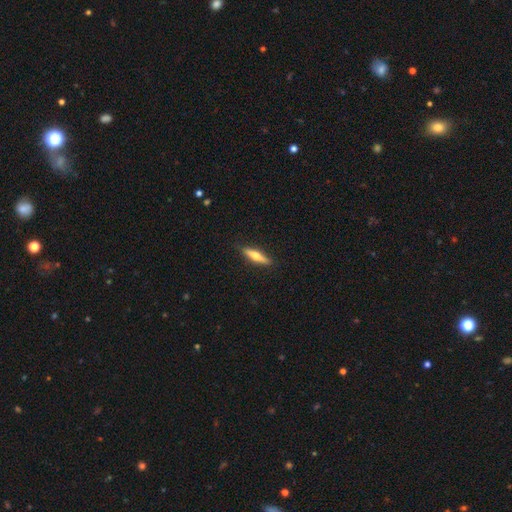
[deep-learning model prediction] A featured or disk galaxy (48%). Merging: none (89%).